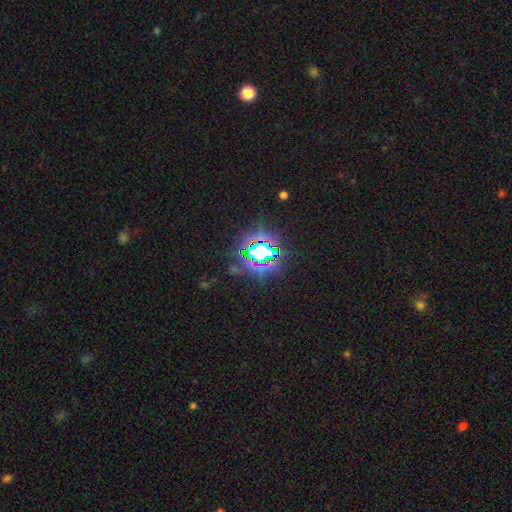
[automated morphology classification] A star or artifact, not a galaxy (81%).